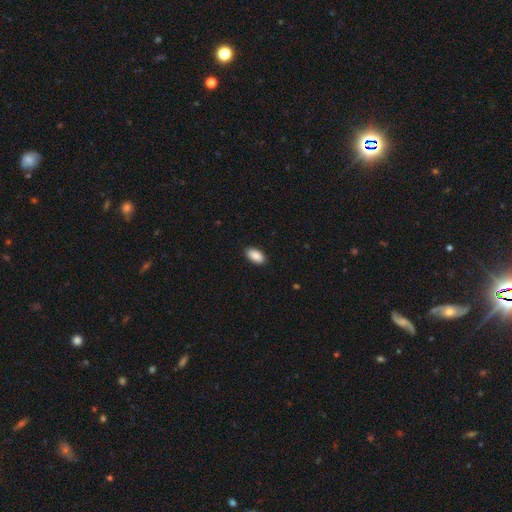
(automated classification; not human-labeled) Overall: smooth (89%). How rounded: in between (94%). Merging: none (89%).